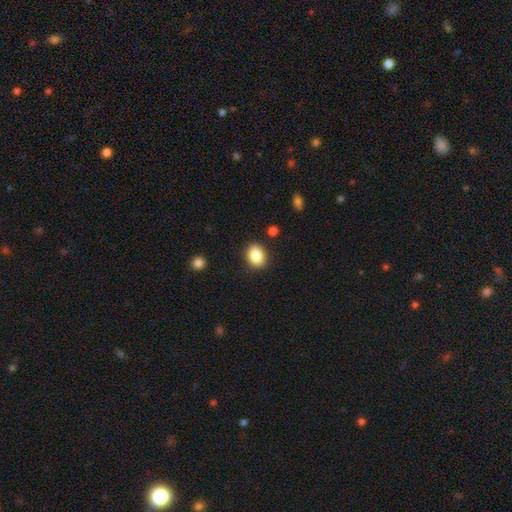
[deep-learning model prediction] Morphology: type=smooth (85%); roundness=round (54%); merging=none (88%).